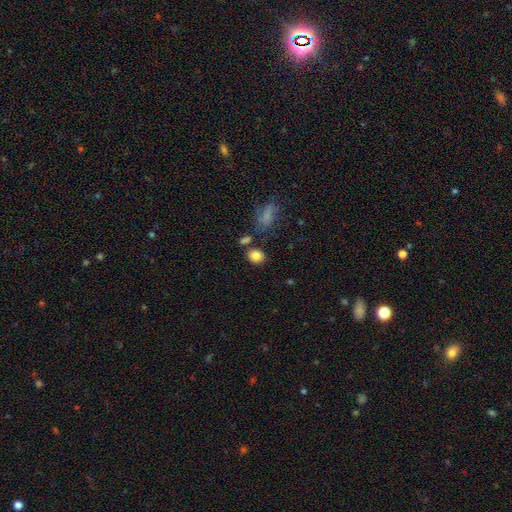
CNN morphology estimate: Smooth or featured: smooth — 82% (star or artifact — 10%)
How rounded: round — 56% (in between — 42%)
Merging: none — 75% (minor disturbance — 12%)